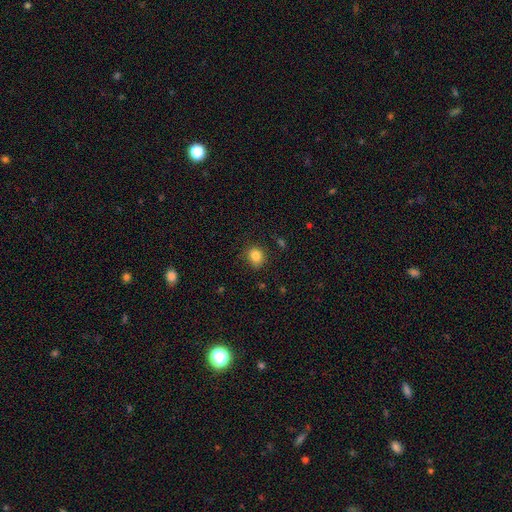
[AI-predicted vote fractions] A smooth galaxy with no disk features (84%) that is round (69%).

Vote fractions:
- Smooth or featured? smooth: 84% / star or artifact: 11% / featured or disk: 5%
- How rounded? round: 69% / in between: 30% / cigar-shaped: 1%
- Merging? none: 82% / minor disturbance: 13% / major disturbance: 3% / merger: 1%